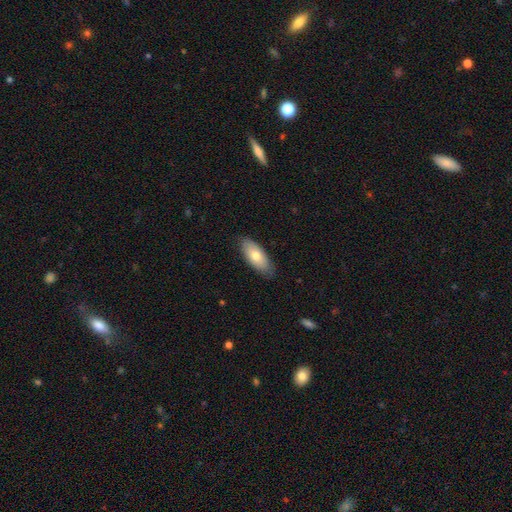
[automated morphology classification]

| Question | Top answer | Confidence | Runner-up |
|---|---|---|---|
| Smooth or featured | smooth | 72% | featured or disk (22%) |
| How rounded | in between | 86% | cigar-shaped (12%) |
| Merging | none | 83% | minor disturbance (14%) |